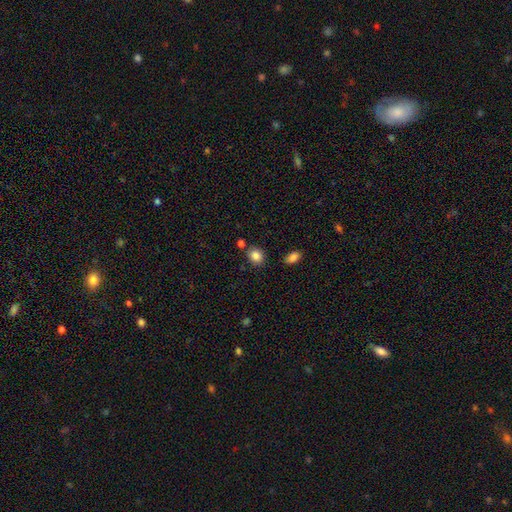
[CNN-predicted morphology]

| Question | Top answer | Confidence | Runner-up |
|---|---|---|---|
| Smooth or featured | smooth | 85% | star or artifact (10%) |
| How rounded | round | 61% | in between (38%) |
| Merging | none | 78% | minor disturbance (11%) |